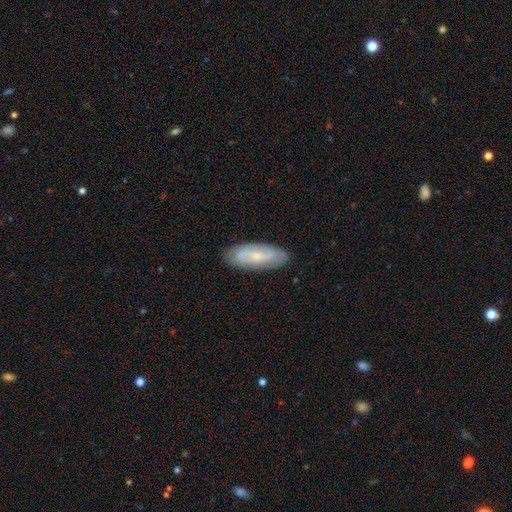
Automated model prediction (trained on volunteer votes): This is possibly a featured or disk galaxy (53%). It is clearly not viewed edge-on (84%). Merging: clearly none (84%).